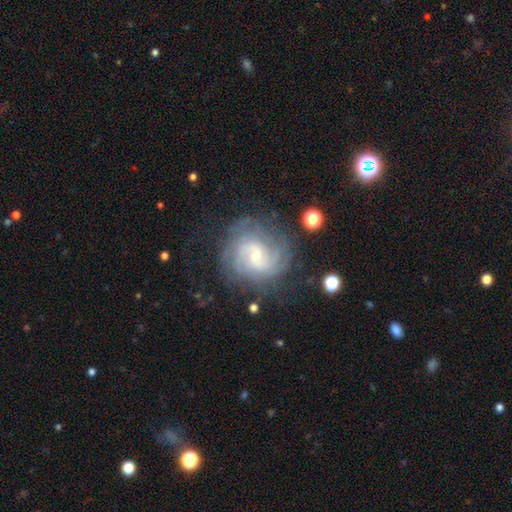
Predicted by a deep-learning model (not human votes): Smooth or featured: featured or disk — 84% (smooth — 9%)
Edge-on disk: no — 98% (yes — 2%)
Bar: weak — 53% (no — 35%)
Spiral arms: yes — 96% (no — 4%)
Spiral winding: tight — 52% (medium — 38%)
Spiral arm count: 2 — 31% (can't tell — 29%)
Bulge size: small — 70% (moderate — 23%)
Merging: none — 73% (minor disturbance — 16%)